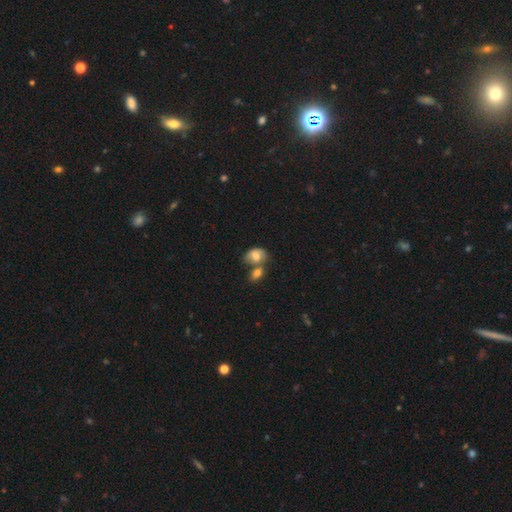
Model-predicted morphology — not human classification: Smooth or featured?
  - smooth: 72% *
  - featured or disk: 20%
  - star or artifact: 8%
How rounded?
  - in between: 77% *
  - round: 22%
  - cigar-shaped: 1%
Merging?
  - merger: 51% *
  - none: 29%
  - minor disturbance: 14%
  - major disturbance: 6%